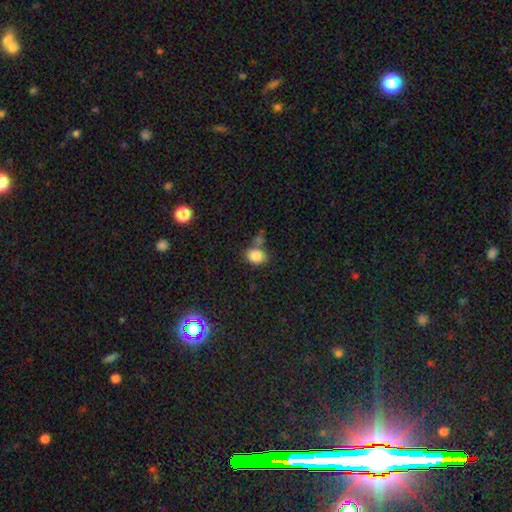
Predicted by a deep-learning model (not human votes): The model was most divided on "how rounded": in between: 59%, round: 39%, cigar-shaped: 1%. More confident: smooth or featured — smooth (85%); merging — none (56%).